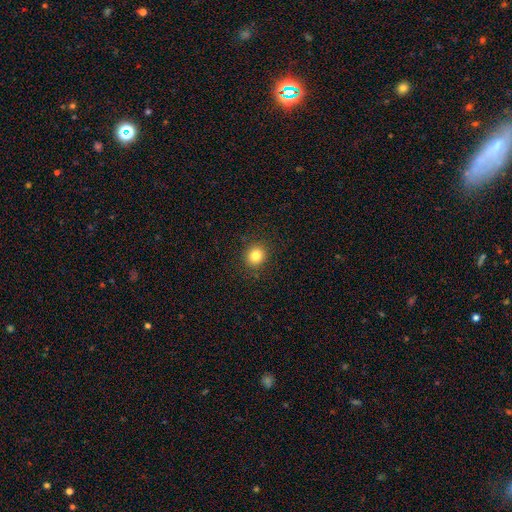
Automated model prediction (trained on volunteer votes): Smooth or featured? Predicted: smooth (p=0.82). How rounded? Predicted: round (p=0.84). Merging? Predicted: none (p=0.90).